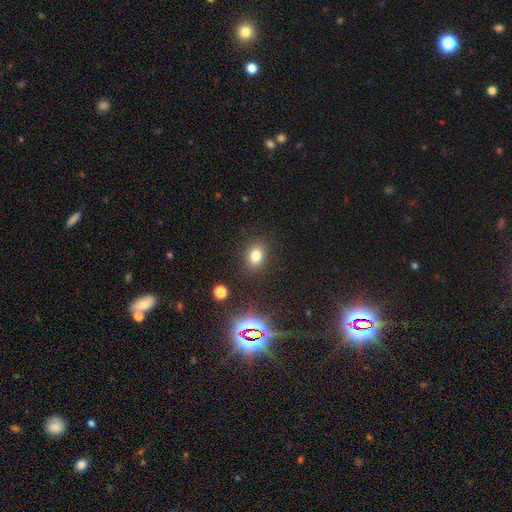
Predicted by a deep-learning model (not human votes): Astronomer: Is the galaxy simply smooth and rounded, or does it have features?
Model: smooth — 78%.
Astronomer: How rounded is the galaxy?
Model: in between — 54% (runner-up: round, 45%).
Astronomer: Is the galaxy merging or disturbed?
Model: none — 87%.